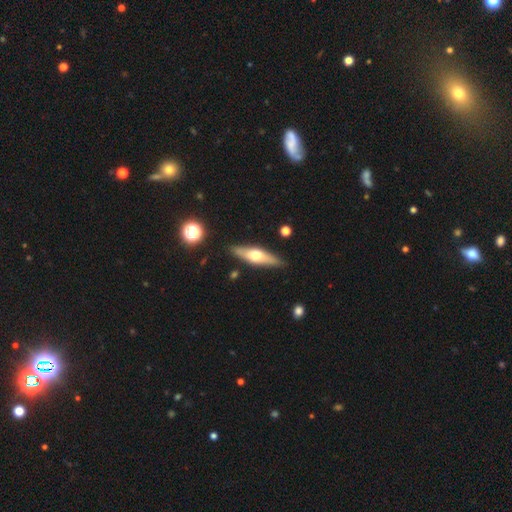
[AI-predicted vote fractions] This appears to be a featured or disk galaxy (54%) viewed edge-on (87%). Merging: none (86%).